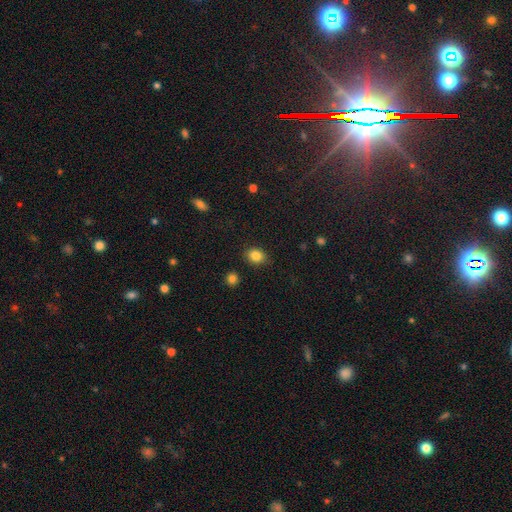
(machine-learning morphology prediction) Overall: smooth (85%). How rounded: round (50%; in between 49%). Merging: none (86%).